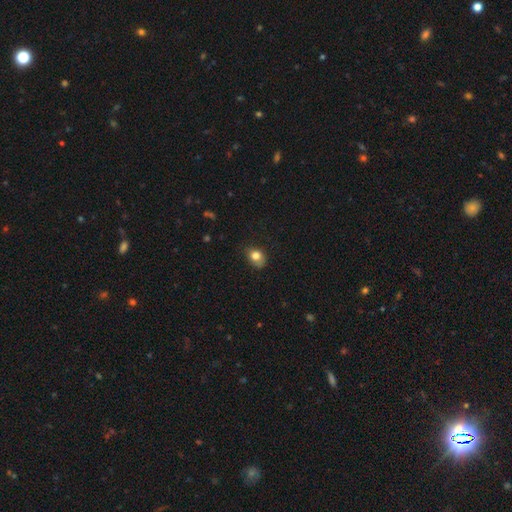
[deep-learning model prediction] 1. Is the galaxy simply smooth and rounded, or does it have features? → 80% smooth, 11% star or artifact, 10% featured or disk.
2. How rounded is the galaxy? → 52% in between, 47% round, 1% cigar-shaped.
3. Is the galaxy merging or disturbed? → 58% none, 31% minor disturbance, 9% major disturbance, 2% merger.